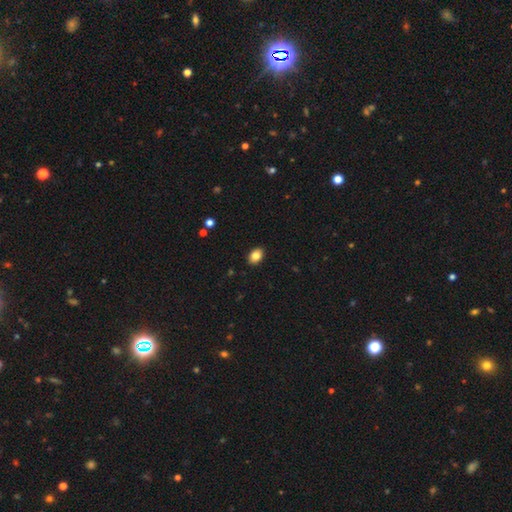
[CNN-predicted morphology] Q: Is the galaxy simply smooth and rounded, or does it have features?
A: smooth — 85%.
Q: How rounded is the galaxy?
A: in between — 81%.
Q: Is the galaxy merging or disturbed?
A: none — 90%.